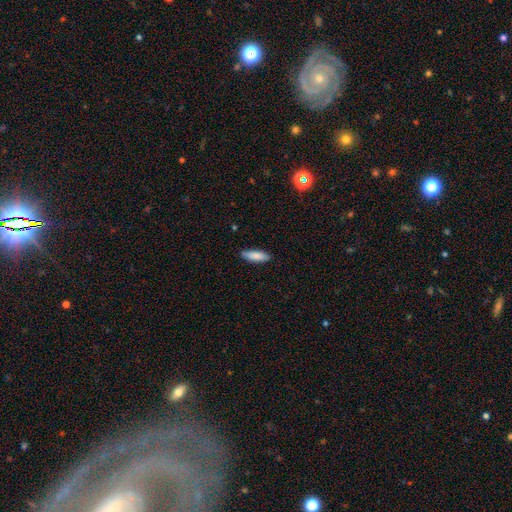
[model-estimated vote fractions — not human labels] This appears to be a smooth galaxy with no disk features (87%) that is in between round and cigar-shaped (56%). Merging: none (87%).